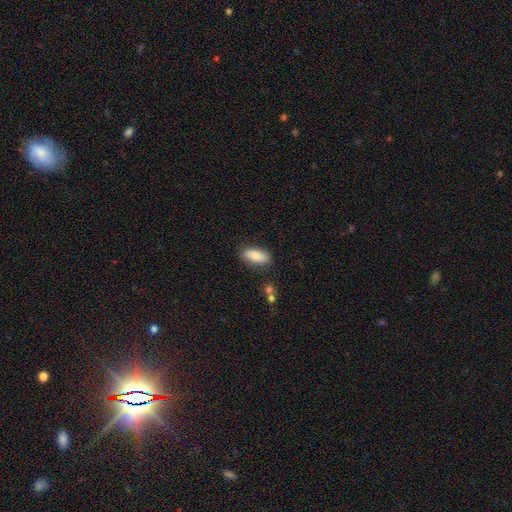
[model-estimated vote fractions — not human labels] This appears to be a smooth galaxy with no disk features (79%) that is in between round and cigar-shaped (86%). Merging: none (81%).